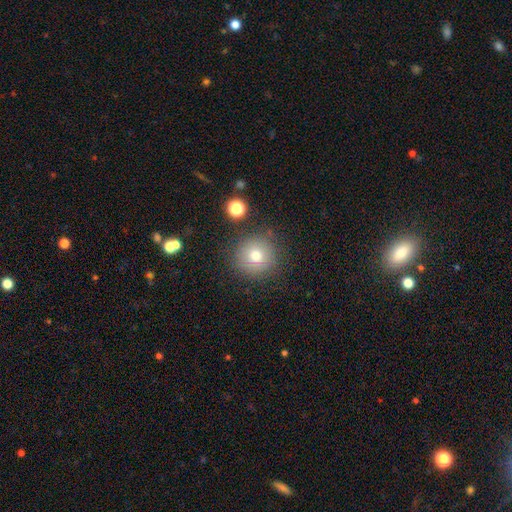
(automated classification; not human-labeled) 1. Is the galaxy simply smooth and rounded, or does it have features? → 74% smooth, 13% featured or disk, 13% star or artifact.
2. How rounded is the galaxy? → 93% round, 6% in between, 1% cigar-shaped.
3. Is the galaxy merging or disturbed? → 84% none, 10% minor disturbance, 4% major disturbance, 3% merger.